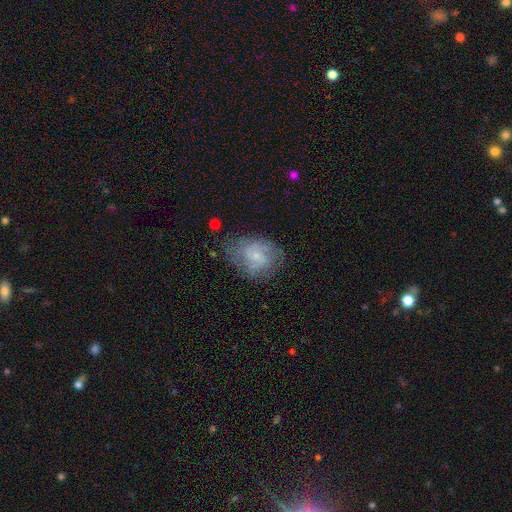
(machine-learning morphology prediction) The model was most divided on "bar": no: 56%, weak: 38%, strong: 6%. More confident: edge-on disk — no (97%); spiral arms — yes (83%); bulge size — small (68%); merging — none (61%); smooth or featured — featured or disk (60%).